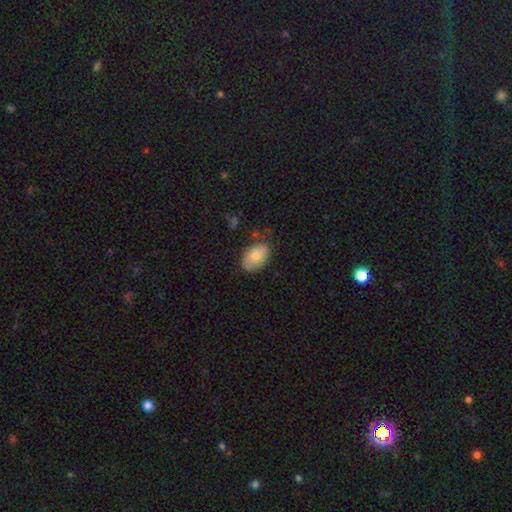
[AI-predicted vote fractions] smooth_or_featured: smooth (p=0.79) [alt: featured or disk p=0.14]
how_rounded: in between (p=0.89) [alt: round p=0.10]
merging: none (p=0.73) [alt: minor disturbance p=0.21]